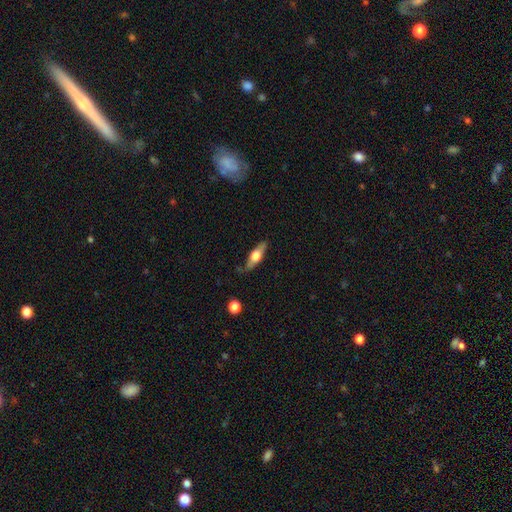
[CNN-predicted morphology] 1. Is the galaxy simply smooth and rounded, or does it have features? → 47% smooth (tied), 47% featured or disk (tied), 6% star or artifact.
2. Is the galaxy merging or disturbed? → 73% none, 20% minor disturbance, 5% major disturbance, 2% merger.